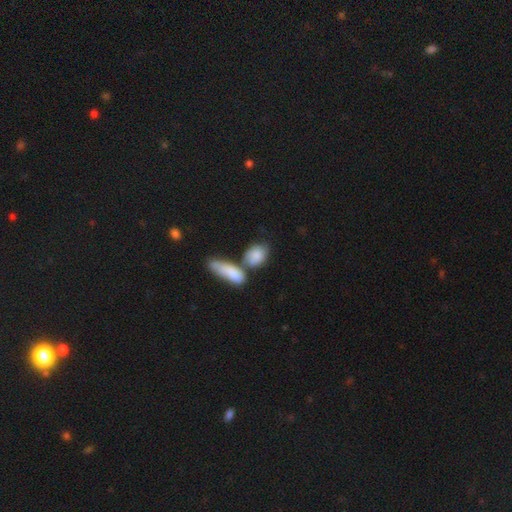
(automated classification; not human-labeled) A smooth galaxy with no disk features (82%) that is in between round and cigar-shaped (69%). Merging: none (43%).